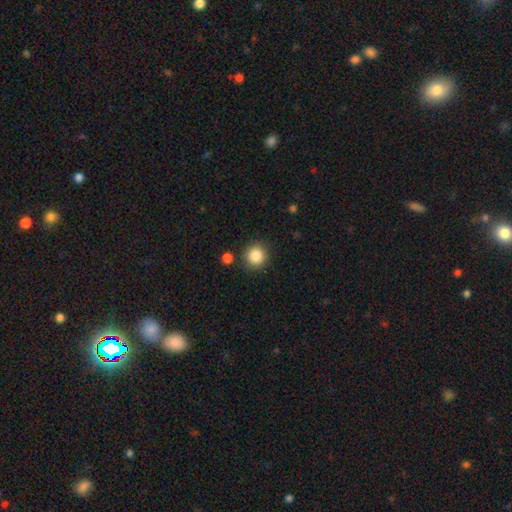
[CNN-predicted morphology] This is clearly a smooth galaxy (85%). How rounded: clearly round (92%). Merging: clearly none (86%).